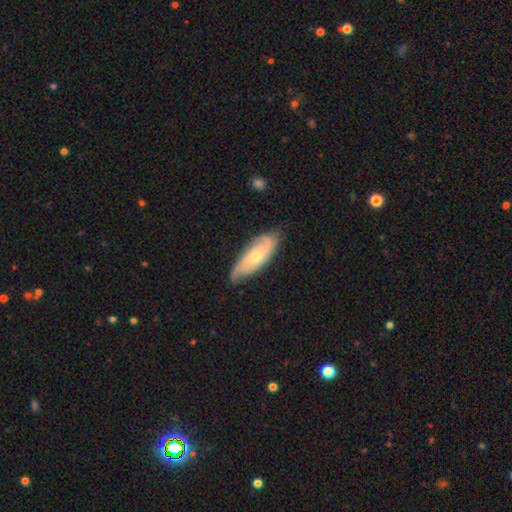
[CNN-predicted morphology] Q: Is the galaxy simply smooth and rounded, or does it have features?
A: featured or disk — 64%.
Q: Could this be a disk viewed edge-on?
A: no — 85%.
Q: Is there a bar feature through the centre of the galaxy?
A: no — 75%.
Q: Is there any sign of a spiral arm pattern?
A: yes — 88%.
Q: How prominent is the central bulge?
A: small — 55%.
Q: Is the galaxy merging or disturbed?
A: none — 70%.